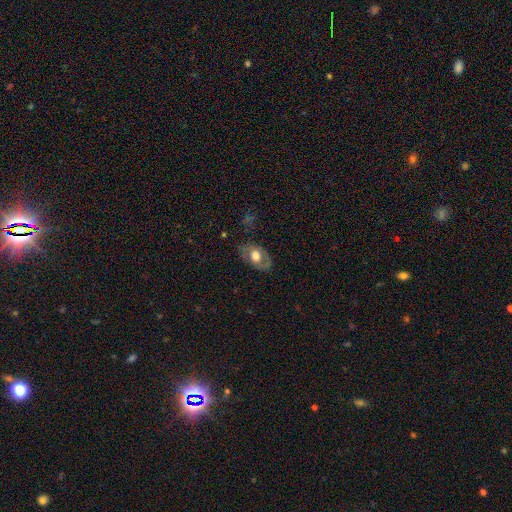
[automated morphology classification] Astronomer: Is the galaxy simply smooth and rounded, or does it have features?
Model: smooth — 49% (runner-up: featured or disk, 44%).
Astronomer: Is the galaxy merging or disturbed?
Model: none — 74%.